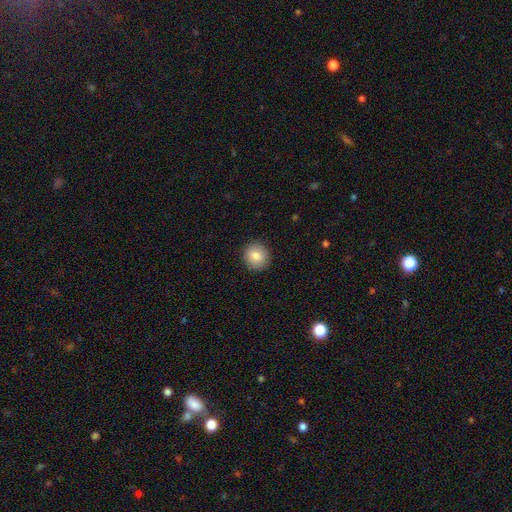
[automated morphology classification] Overall: smooth (84%). How rounded: round (92%). Merging: none (92%).